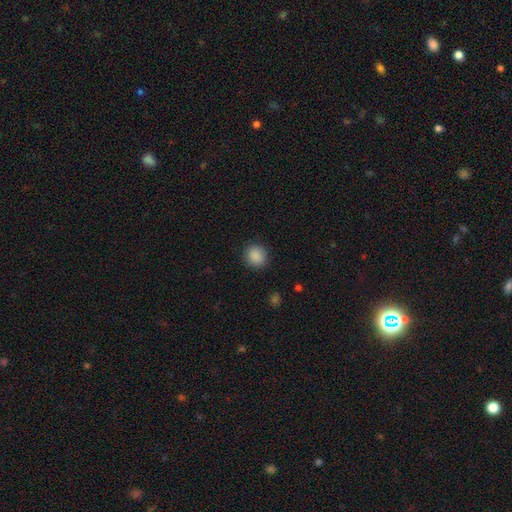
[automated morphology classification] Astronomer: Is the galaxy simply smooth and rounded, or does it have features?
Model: smooth — 88%.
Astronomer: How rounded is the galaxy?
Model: round — 87%.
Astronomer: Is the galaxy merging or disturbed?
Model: none — 89%.